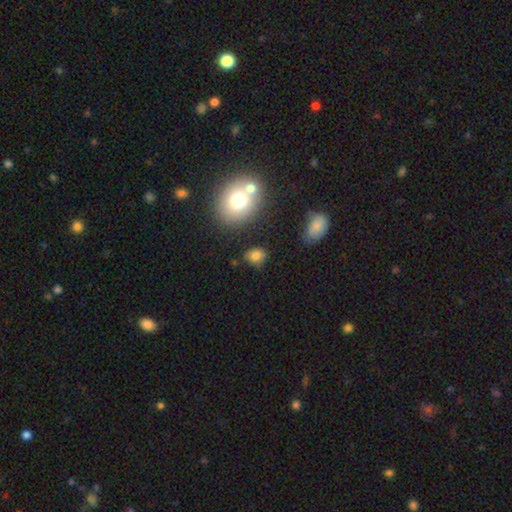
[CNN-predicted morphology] A smooth galaxy with no disk features (78%) that is round (56%).

Vote fractions:
- Smooth or featured? smooth: 78% / star or artifact: 12% / featured or disk: 9%
- How rounded? round: 56% / in between: 43% / cigar-shaped: 1%
- Merging? none: 73% / minor disturbance: 16% / merger: 6% / major disturbance: 5%